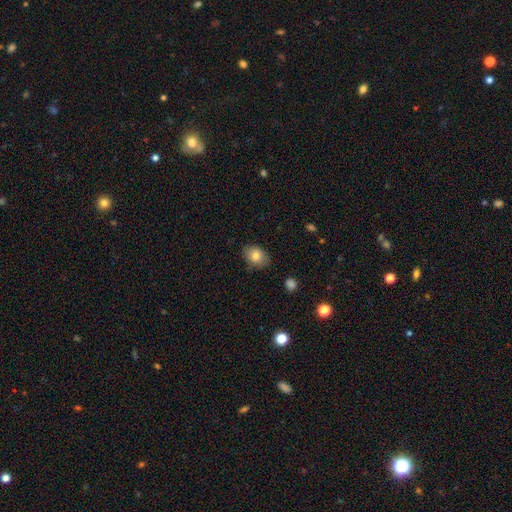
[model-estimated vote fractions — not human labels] smooth_or_featured: smooth (p=0.80) [alt: featured or disk p=0.11]
how_rounded: in between (p=0.69) [alt: round p=0.30]
merging: none (p=0.79) [alt: minor disturbance p=0.16]